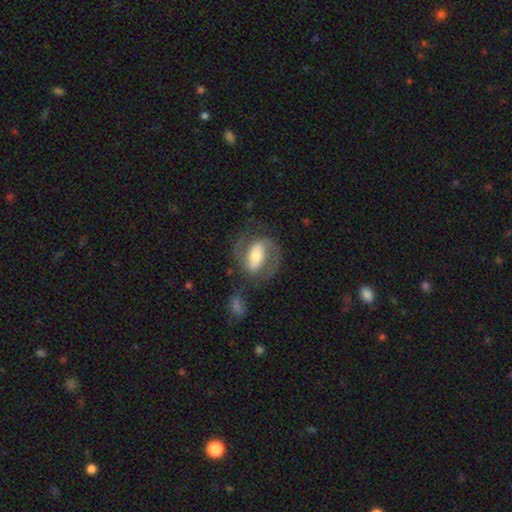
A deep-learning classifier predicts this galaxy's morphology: Smooth or featured?
  - featured or disk: 75% *
  - smooth: 19%
  - star or artifact: 6%
Edge-on disk?
  - no: 96% *
  - yes: 4%
Bar?
  - strong: 49% *
  - weak: 32%
  - no: 19%
Spiral arms?
  - yes: 86% *
  - no: 14%
Spiral winding?
  - medium: 53% *
  - tight: 26%
  - loose: 21%
Spiral arm count?
  - 2: 86% *
  - can't tell: 6%
  - 1: 5%
  - 3: 1%
  - 4: 1%
  - more than 4: 1%
Bulge size?
  - moderate: 63% *
  - small: 20%
  - large: 14%
  - dominant: 2%
  - none: 1%
Merging?
  - none: 62% *
  - minor disturbance: 16%
  - major disturbance: 14%
  - merger: 7%